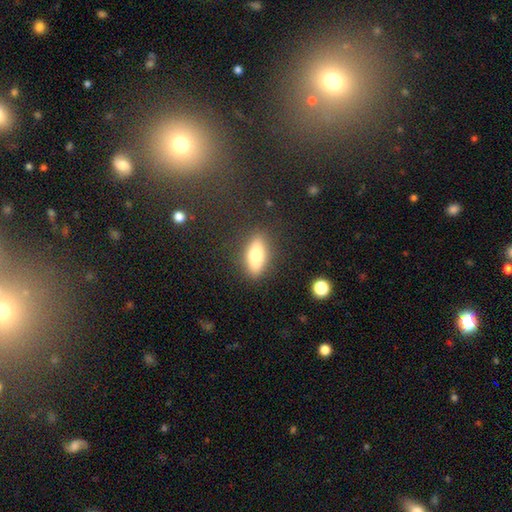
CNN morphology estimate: smooth-or-featured: smooth: 71% | featured or disk: 22% | star or artifact: 7%
  how-rounded: in between: 71% | cigar-shaped: 25% | round: 4%
  merging: none: 86% | minor disturbance: 9% | major disturbance: 3% | merger: 2%